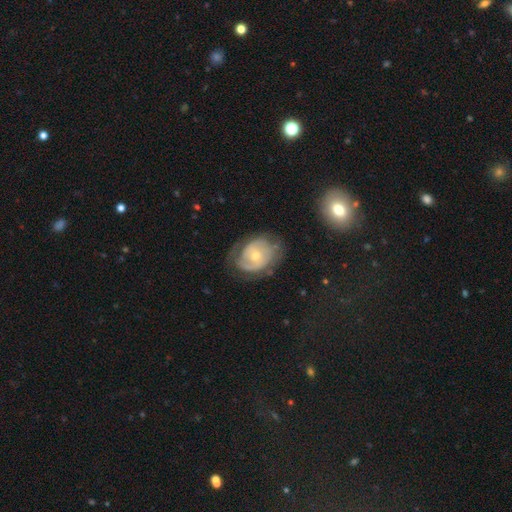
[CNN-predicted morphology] A featured or disk galaxy (68%) with no bar (75%), spiral arms (74%) and a small central bulge (50%).

Vote fractions:
- Smooth or featured? featured or disk: 68% / smooth: 26% / star or artifact: 6%
- Edge-on disk? no: 96% / yes: 4%
- Bar? no: 75% / weak: 21% / strong: 4%
- Spiral arms? yes: 74% / no: 26%
- Bulge size? small: 50% / moderate: 46% / large: 2% / none: 1% / dominant: 1%
- Merging? none: 57% / minor disturbance: 26% / major disturbance: 15% / merger: 2%